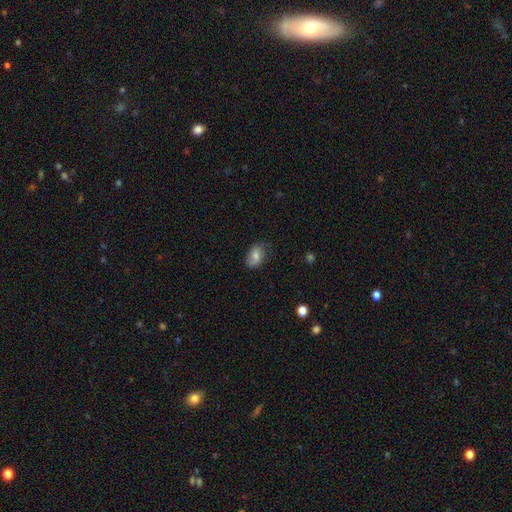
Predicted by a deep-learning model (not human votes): Q: Smooth or featured?
A: smooth (64%); runner-up: featured or disk (27%)
Q: How rounded?
A: in between (86%); runner-up: round (12%)
Q: Merging?
A: none (73%); runner-up: minor disturbance (21%)